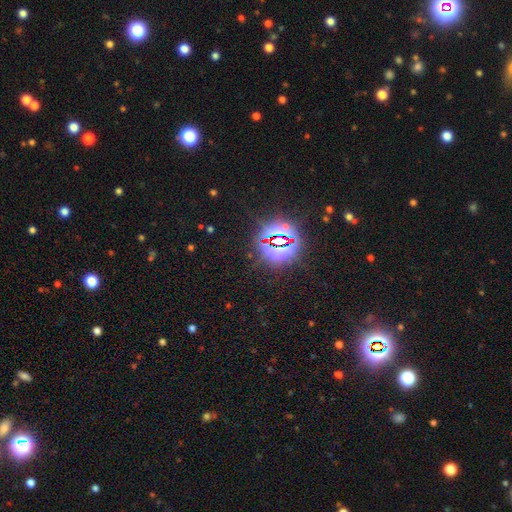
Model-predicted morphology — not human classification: Overall: star or artifact (84%).